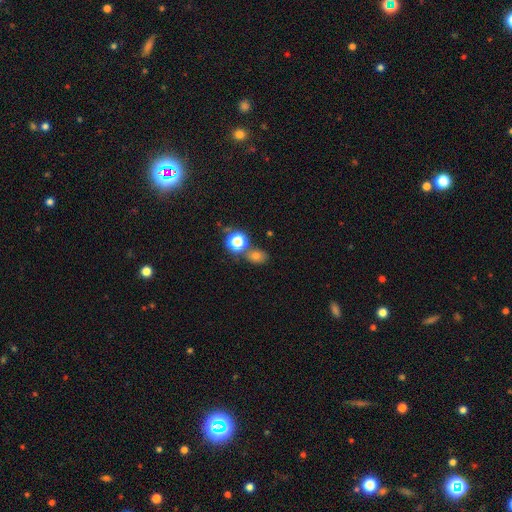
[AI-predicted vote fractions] Smooth or featured?
  - smooth: 71% *
  - star or artifact: 20%
  - featured or disk: 9%
How rounded?
  - in between: 50% *
  - round: 48%
  - cigar-shaped: 1%
Merging?
  - none: 60% *
  - merger: 23%
  - minor disturbance: 12%
  - major disturbance: 5%